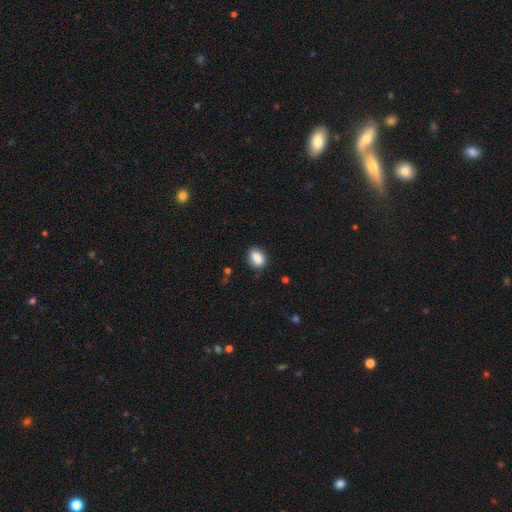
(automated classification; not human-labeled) smooth 88%, star or artifact 8%, featured or disk 4%. Down the decision tree: how rounded — in between (76%); merging — none (83%).